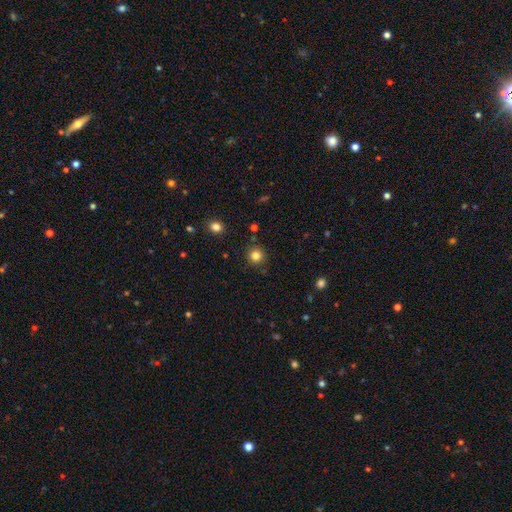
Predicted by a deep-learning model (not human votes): This appears to be a smooth galaxy with no disk features (82%) that is round (92%). Merging: none (88%).